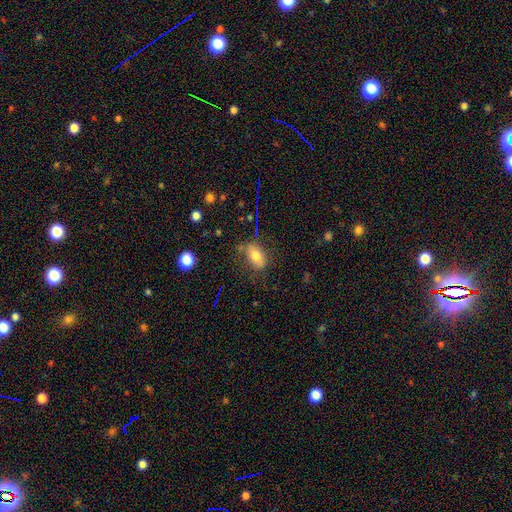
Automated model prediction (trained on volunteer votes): Smooth or featured?
  - smooth: 73% *
  - featured or disk: 17%
  - star or artifact: 10%
How rounded?
  - in between: 87% *
  - round: 9%
  - cigar-shaped: 4%
Merging?
  - none: 60% *
  - minor disturbance: 25%
  - major disturbance: 11%
  - merger: 4%